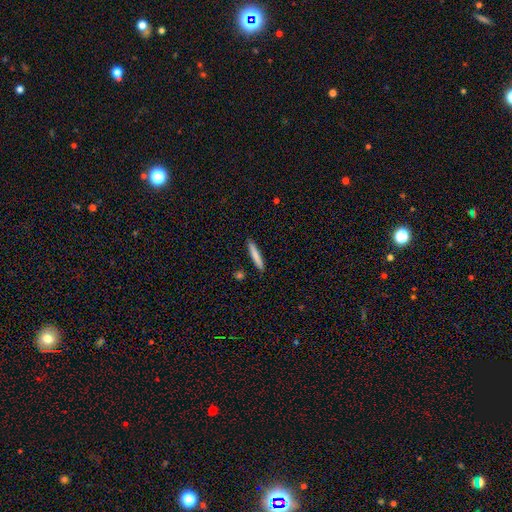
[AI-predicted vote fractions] The model was most divided on "smooth or featured": smooth: 79%, featured or disk: 15%, star or artifact: 6%. More confident: how rounded — cigar-shaped (94%); merging — none (89%).